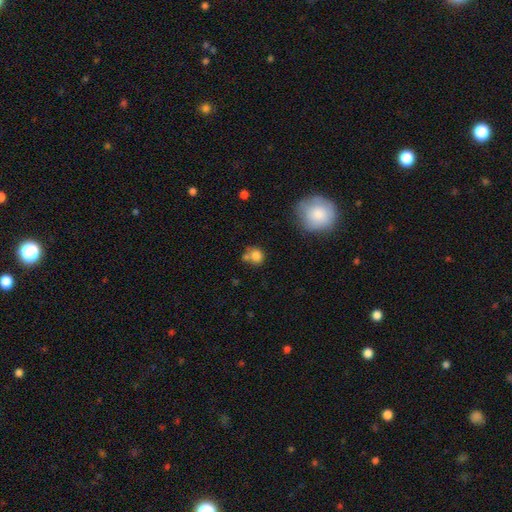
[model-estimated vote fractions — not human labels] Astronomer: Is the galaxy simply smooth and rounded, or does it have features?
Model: smooth — 80%.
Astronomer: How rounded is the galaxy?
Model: round — 77%.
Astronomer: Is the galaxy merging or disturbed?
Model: none — 50% (runner-up: merger, 28%).